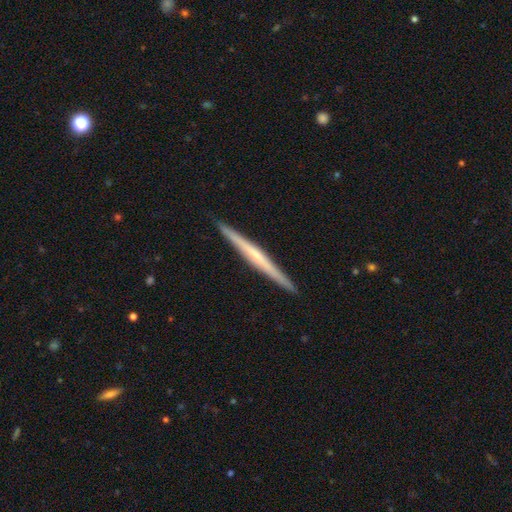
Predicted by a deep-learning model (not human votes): A featured or disk galaxy (65%) viewed edge-on (98%) with no central bulge (58%).

Vote fractions:
- Smooth or featured? featured or disk: 65% / smooth: 29% / star or artifact: 5%
- Edge-on disk? yes: 98% / no: 2%
- Edge-on bulge? none: 58% / rounded: 33% / boxy: 9%
- Merging? none: 92% / minor disturbance: 6% / major disturbance: 1% / merger: 1%